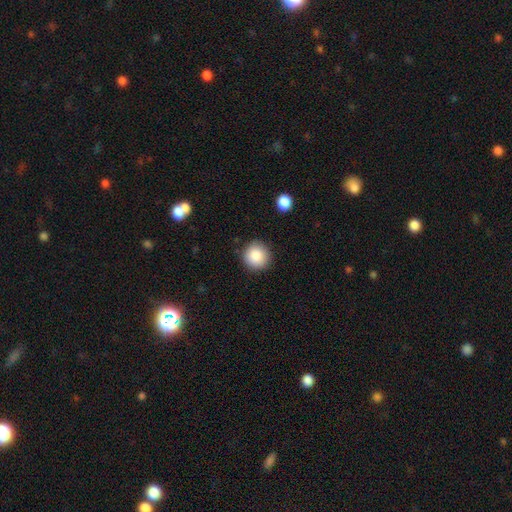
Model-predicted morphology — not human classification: smooth_or_featured: smooth (p=0.87) [alt: star or artifact p=0.09]
how_rounded: round (p=0.95) [alt: in between p=0.04]
merging: none (p=0.89) [alt: minor disturbance p=0.07]